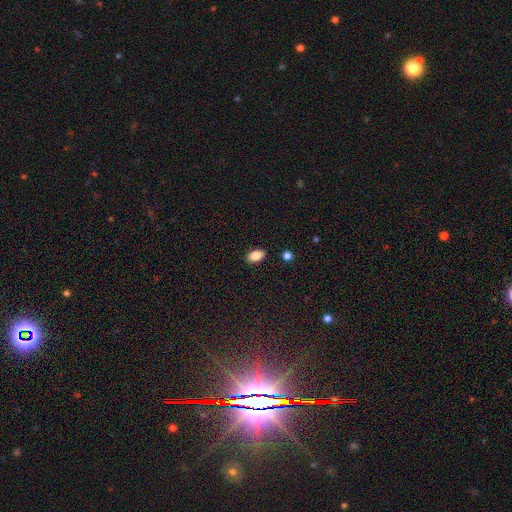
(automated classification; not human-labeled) Q: Smooth or featured?
A: smooth (85%); runner-up: star or artifact (8%)
Q: How rounded?
A: in between (91%); runner-up: round (6%)
Q: Merging?
A: none (88%); runner-up: minor disturbance (9%)